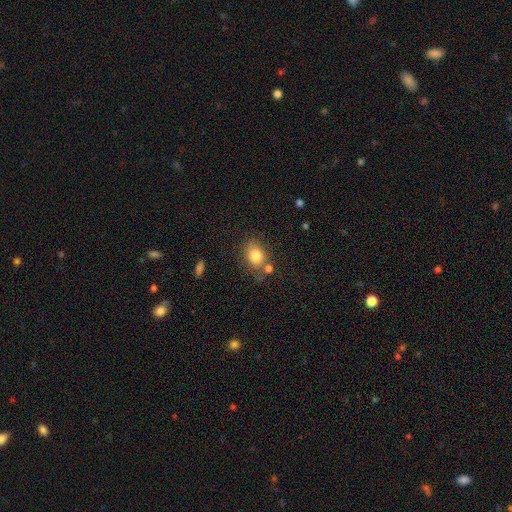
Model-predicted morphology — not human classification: Smooth or featured?
  - smooth: 81% *
  - star or artifact: 9%
  - featured or disk: 9%
How rounded?
  - in between: 60% *
  - round: 39%
  - cigar-shaped: 1%
Merging?
  - none: 66% *
  - minor disturbance: 16%
  - merger: 13%
  - major disturbance: 5%